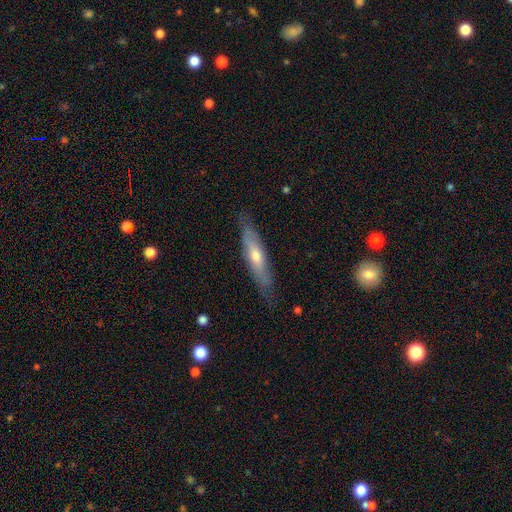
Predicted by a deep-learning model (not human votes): This appears to be a featured or disk galaxy (49%). Merging: none (78%).